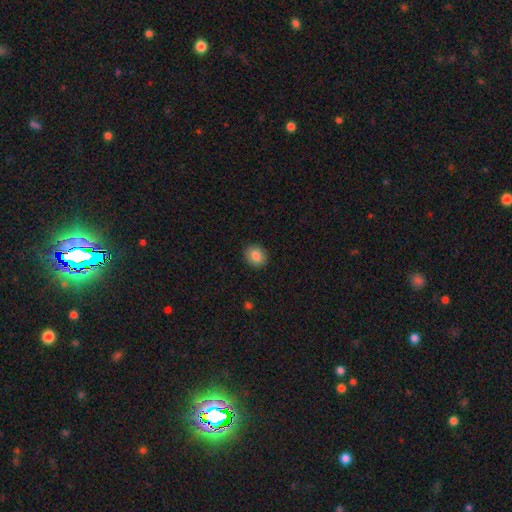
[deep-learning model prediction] The model was most divided on "how rounded": round: 67%, in between: 32%, cigar-shaped: 1%. More confident: merging — none (90%); smooth or featured — smooth (85%).